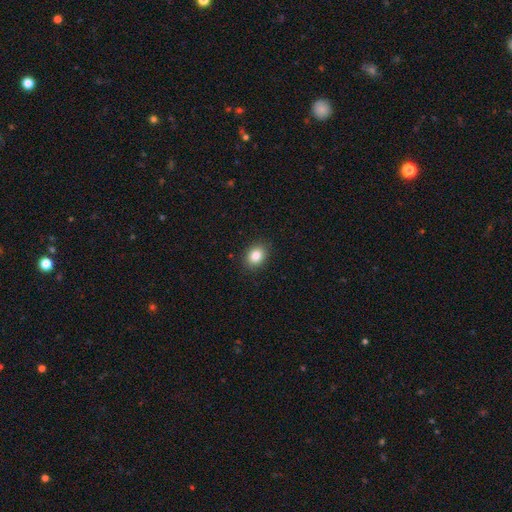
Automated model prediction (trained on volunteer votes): smooth 85%, star or artifact 9%, featured or disk 6%. Down the decision tree: how rounded — in between (60%); merging — none (88%).